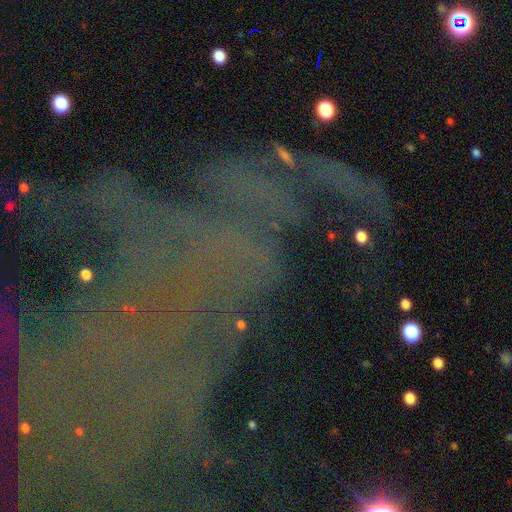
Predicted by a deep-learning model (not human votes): Smooth or featured?
  - star or artifact: 75% *
  - featured or disk: 14%
  - smooth: 11%